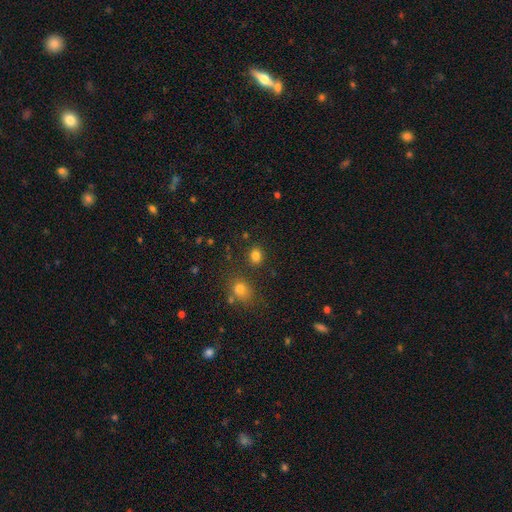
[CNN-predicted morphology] smooth 81%, star or artifact 14%, featured or disk 5%. Down the decision tree: how rounded — round (55%); merging — none (80%).